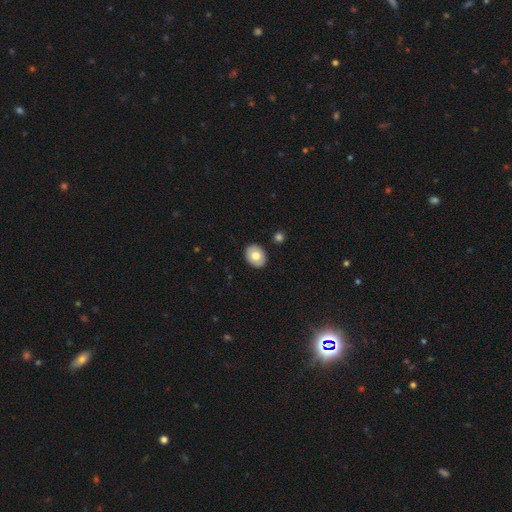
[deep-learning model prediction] smooth 71%, featured or disk 22%, star or artifact 7%. Down the decision tree: how rounded — in between (55%); merging — none (89%).